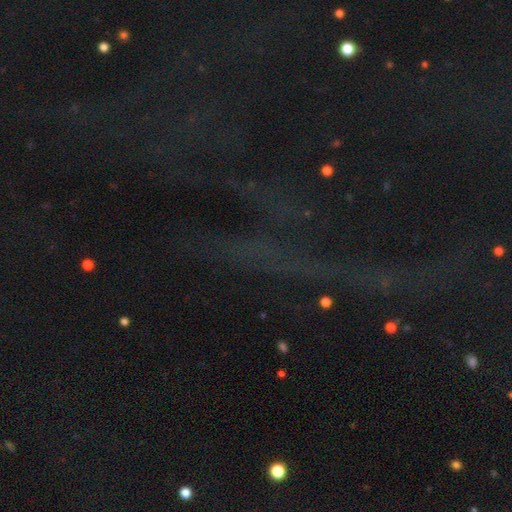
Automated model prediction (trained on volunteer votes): A star or artifact, not a galaxy (73%).

Vote fractions:
- Smooth or featured? star or artifact: 73% / featured or disk: 14% / smooth: 13%